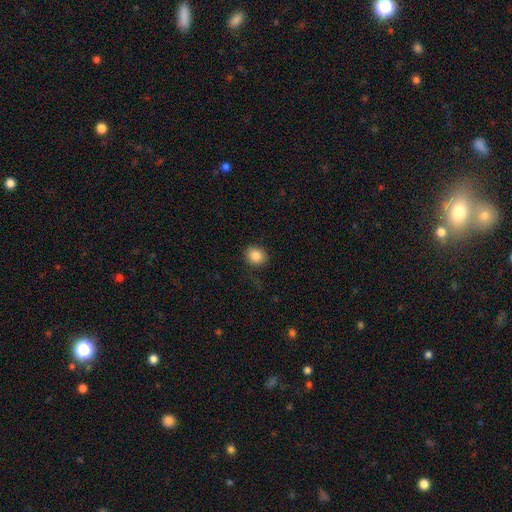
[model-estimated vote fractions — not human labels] Overall: smooth (85%). How rounded: round (71%). Merging: none (82%).